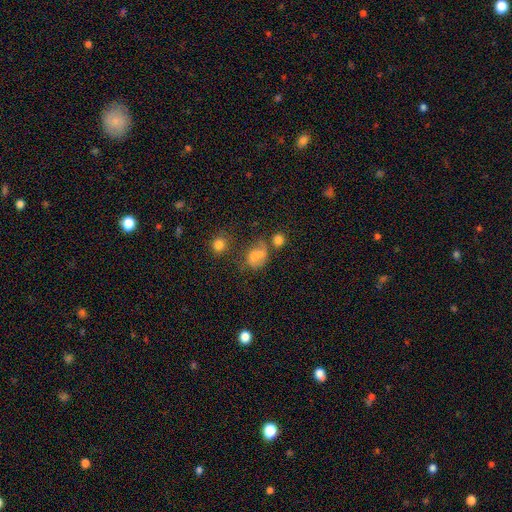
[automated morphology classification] Smooth or featured? smooth (53%)
How rounded? in between (51%)
Merging? none (43%)